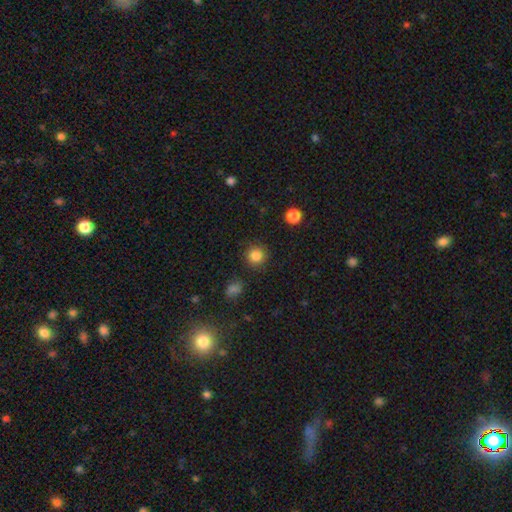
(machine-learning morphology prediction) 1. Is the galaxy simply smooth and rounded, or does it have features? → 84% smooth, 12% star or artifact, 4% featured or disk.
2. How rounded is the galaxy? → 93% round, 6% in between, 1% cigar-shaped.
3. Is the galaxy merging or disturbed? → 88% none, 8% minor disturbance, 3% major disturbance, 2% merger.